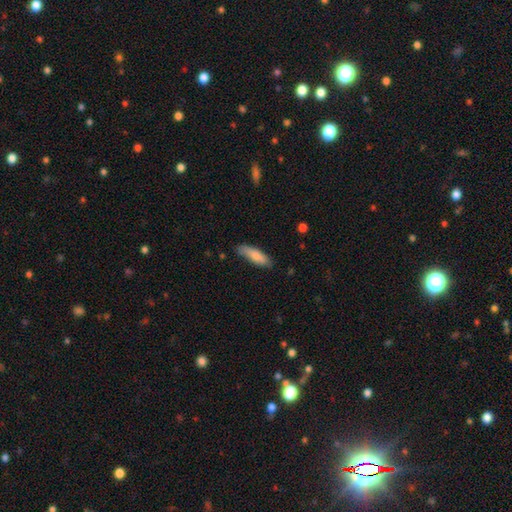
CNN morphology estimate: Q: Smooth or featured?
A: smooth (80%); runner-up: featured or disk (14%)
Q: How rounded?
A: cigar-shaped (52%); runner-up: in between (47%)
Q: Merging?
A: none (74%); runner-up: minor disturbance (21%)